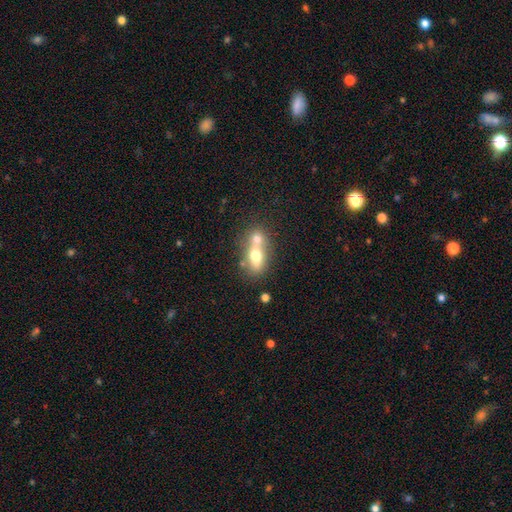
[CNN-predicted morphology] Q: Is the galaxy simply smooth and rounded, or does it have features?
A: smooth — 65%.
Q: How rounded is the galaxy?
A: in between — 70%.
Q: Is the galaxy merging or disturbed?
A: merger — 60%.